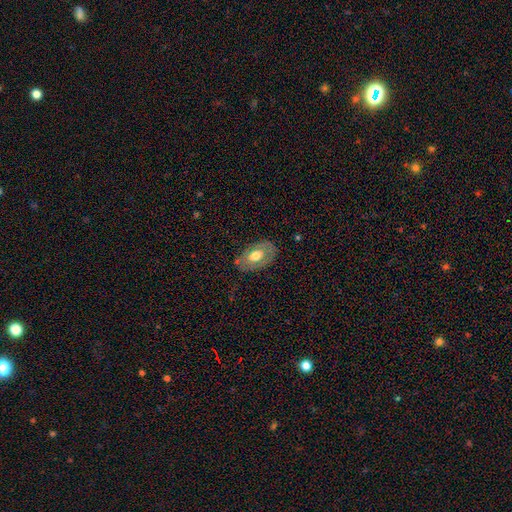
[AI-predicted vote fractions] Smooth or featured: smooth — 53% (featured or disk — 41%)
How rounded: in between — 89% (round — 10%)
Merging: none — 77% (minor disturbance — 16%)